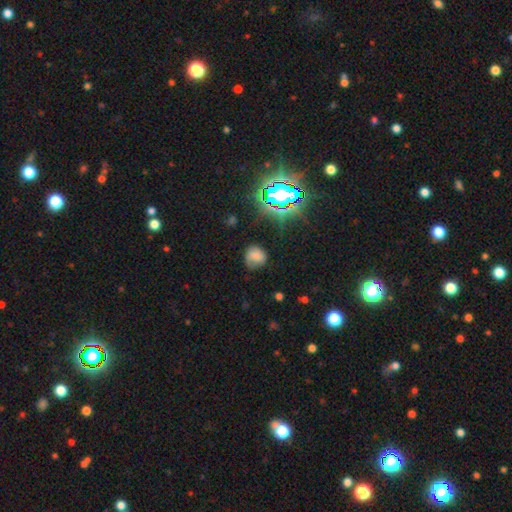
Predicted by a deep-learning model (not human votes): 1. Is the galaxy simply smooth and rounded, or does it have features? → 64% smooth, 19% featured or disk, 17% star or artifact.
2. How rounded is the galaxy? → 73% round, 26% in between, 1% cigar-shaped.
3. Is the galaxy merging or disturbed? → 59% none, 28% minor disturbance, 11% major disturbance, 2% merger.